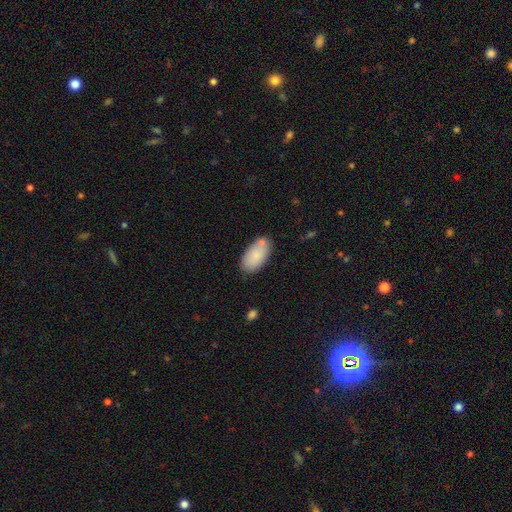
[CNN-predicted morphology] Overall: smooth (82%). How rounded: in between (94%). Merging: none (70%).